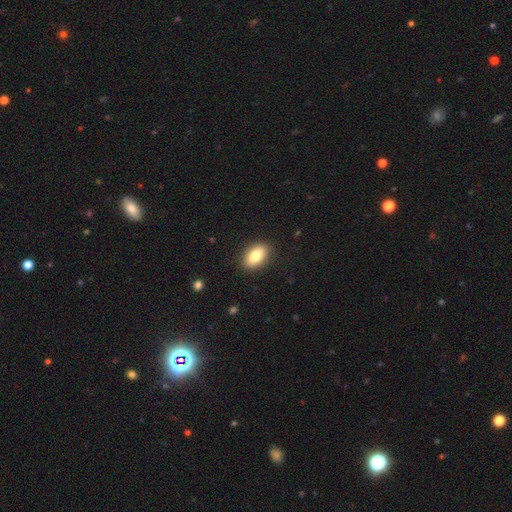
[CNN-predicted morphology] This is clearly a smooth galaxy (81%). How rounded: clearly in between (90%). Merging: clearly none (89%).